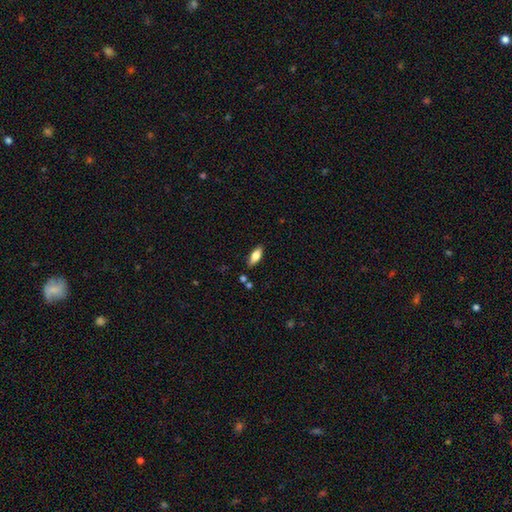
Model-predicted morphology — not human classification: Overall: smooth (74%). How rounded: in between (77%). Merging: none (83%).